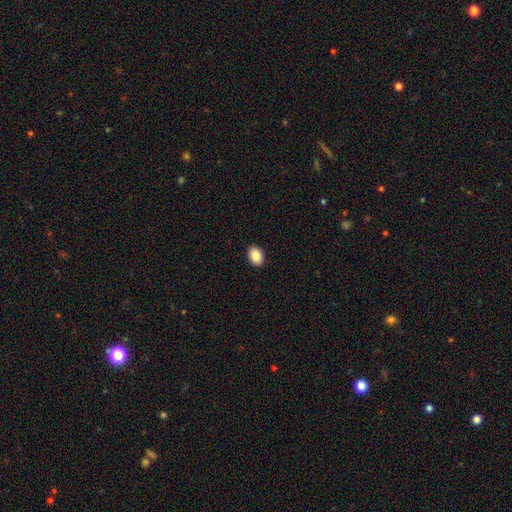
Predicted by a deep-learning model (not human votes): smooth 89%, star or artifact 8%, featured or disk 3%. Down the decision tree: how rounded — in between (78%); merging — none (91%).